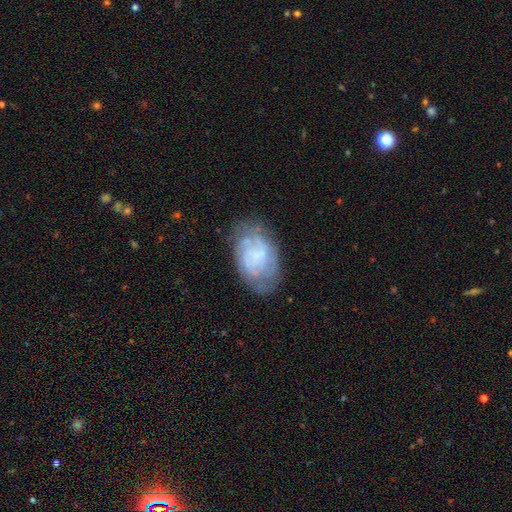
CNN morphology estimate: Smooth or featured? Predicted: featured or disk (p=0.59). Edge-on disk? Predicted: no (p=0.97). Bar? Predicted: no (p=0.69). Spiral arms? Predicted: yes (p=0.72). Bulge size? Predicted: none (p=0.45). Merging? Predicted: none (p=0.63).